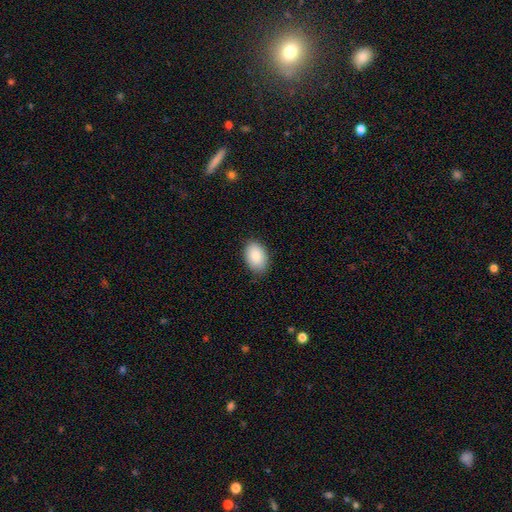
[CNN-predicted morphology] smooth 88%, star or artifact 7%, featured or disk 5%. Down the decision tree: how rounded — in between (88%); merging — none (86%).